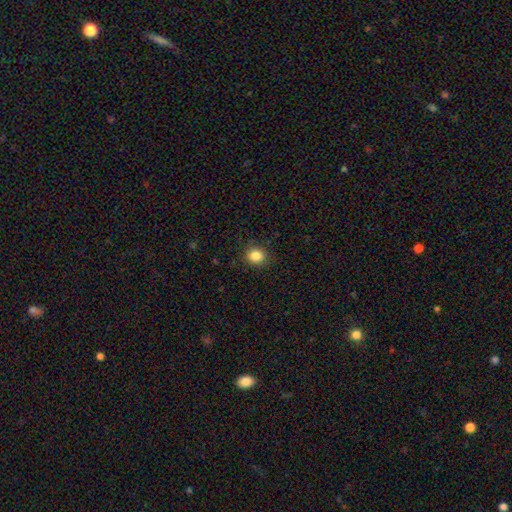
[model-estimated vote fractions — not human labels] Smooth or featured? Predicted: smooth (p=0.85). How rounded? Predicted: round (p=0.71). Merging? Predicted: none (p=0.87).